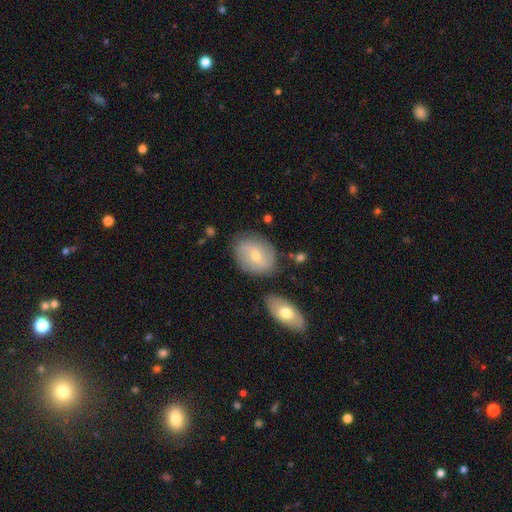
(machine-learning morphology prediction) Smooth or featured?
  - featured or disk: 51% *
  - smooth: 41%
  - star or artifact: 8%
Edge-on disk?
  - no: 94% *
  - yes: 6%
Merging?
  - none: 75% *
  - minor disturbance: 15%
  - merger: 6%
  - major disturbance: 4%